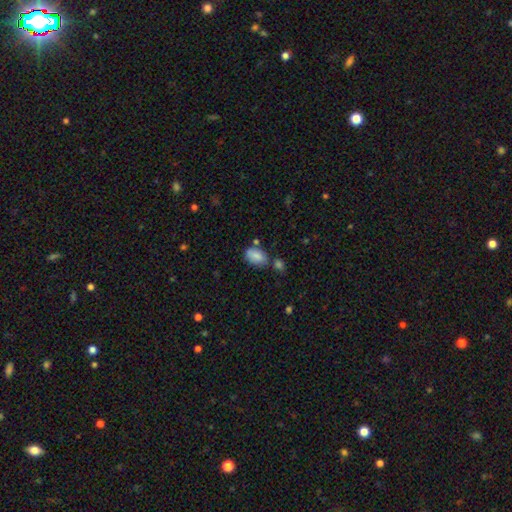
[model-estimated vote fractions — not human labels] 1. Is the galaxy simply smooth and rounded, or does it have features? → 83% smooth, 9% featured or disk, 8% star or artifact.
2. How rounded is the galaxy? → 90% in between, 9% round, 2% cigar-shaped.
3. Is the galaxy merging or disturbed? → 57% none, 20% minor disturbance, 17% merger, 6% major disturbance.